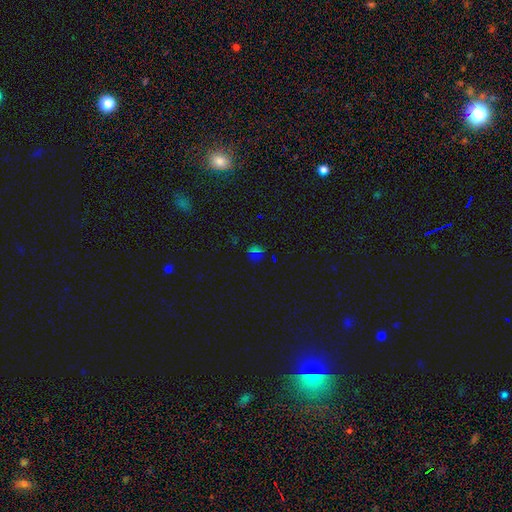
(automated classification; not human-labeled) Smooth or featured: star or artifact — 54% (smooth — 38%)